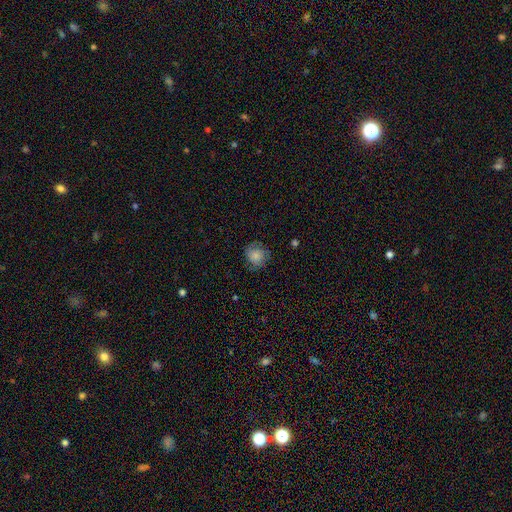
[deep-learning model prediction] A smooth galaxy with no disk features (76%) that is round (85%). Merging: none (72%).